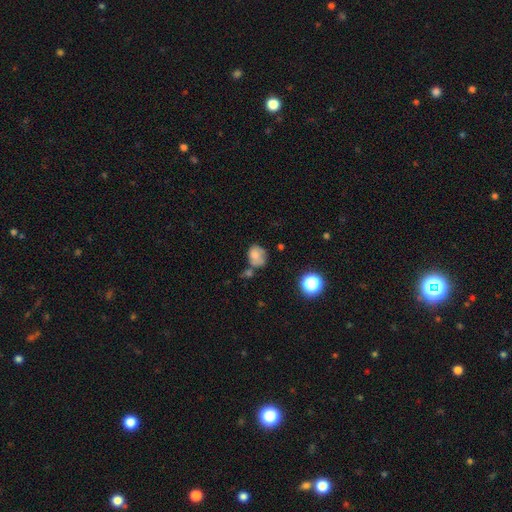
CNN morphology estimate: Overall: smooth (68%). How rounded: round (52%; in between 47%). Merging: none (39%; minor disturbance 26%).